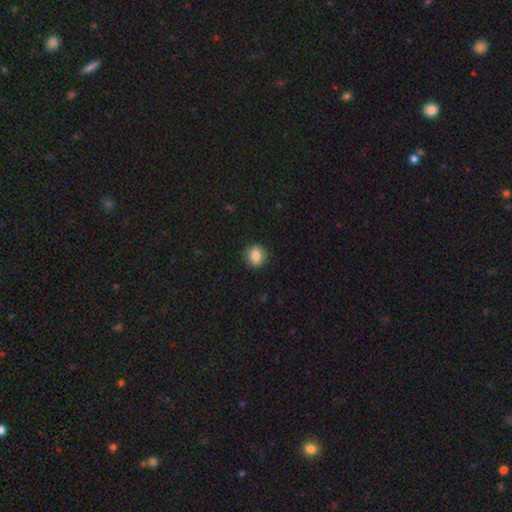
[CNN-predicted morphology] smooth_or_featured: smooth (p=0.85) [alt: star or artifact p=0.09]
how_rounded: round (p=0.75) [alt: in between p=0.24]
merging: none (p=0.88) [alt: minor disturbance p=0.09]